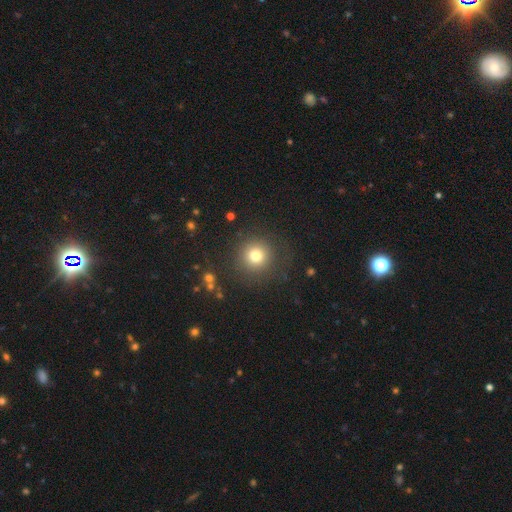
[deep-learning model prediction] Morphology: type=smooth (77%); roundness=round (94%); merging=none (85%).